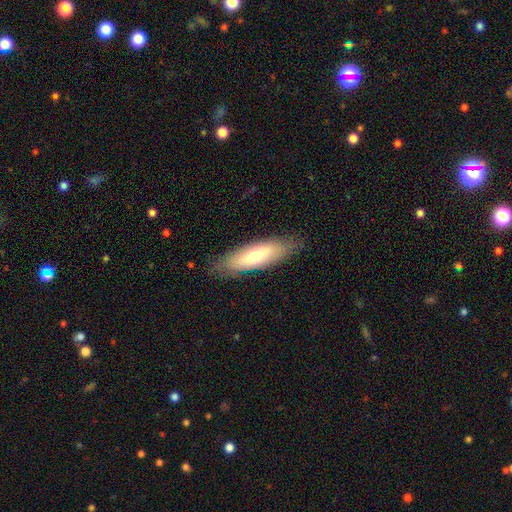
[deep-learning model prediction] Q: Smooth or featured?
A: smooth (61%); runner-up: featured or disk (33%)
Q: How rounded?
A: in between (50%); runner-up: cigar-shaped (48%)
Q: Merging?
A: none (82%); runner-up: minor disturbance (13%)